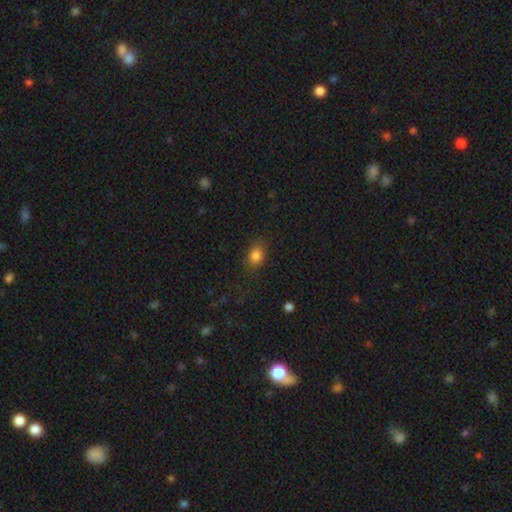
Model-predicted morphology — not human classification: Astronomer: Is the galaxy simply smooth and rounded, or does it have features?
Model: smooth — 83%.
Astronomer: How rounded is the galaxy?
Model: in between — 58% (runner-up: round, 40%).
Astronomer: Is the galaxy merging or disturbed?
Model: none — 80%.